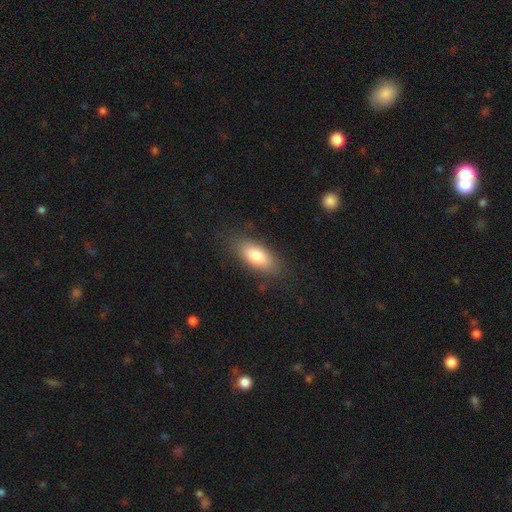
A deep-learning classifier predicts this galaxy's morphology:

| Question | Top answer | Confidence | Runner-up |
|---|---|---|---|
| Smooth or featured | smooth | 79% | featured or disk (15%) |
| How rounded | in between | 83% | cigar-shaped (14%) |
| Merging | none | 83% | minor disturbance (12%) |